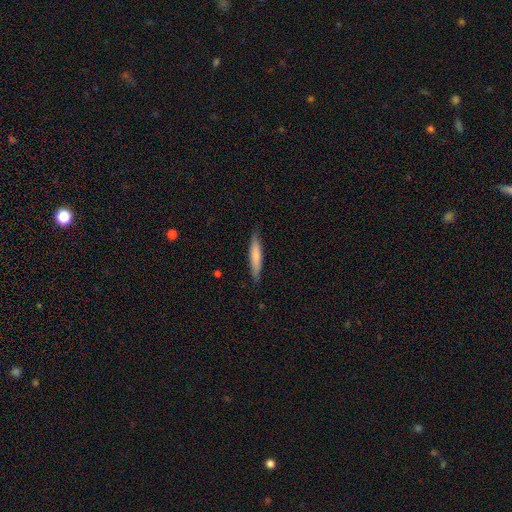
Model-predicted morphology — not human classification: This is likely a smooth galaxy (73%). How rounded: clearly cigar-shaped (88%). Merging: clearly none (84%).